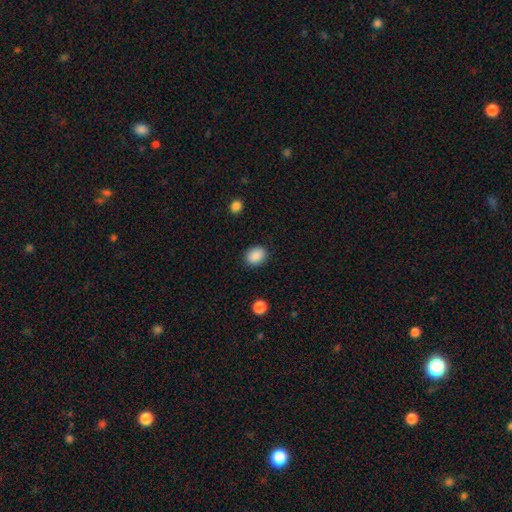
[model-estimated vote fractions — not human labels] smooth_or_featured: smooth (p=0.89) [alt: star or artifact p=0.08]
how_rounded: in between (p=0.58) [alt: round p=0.41]
merging: none (p=0.88) [alt: minor disturbance p=0.09]